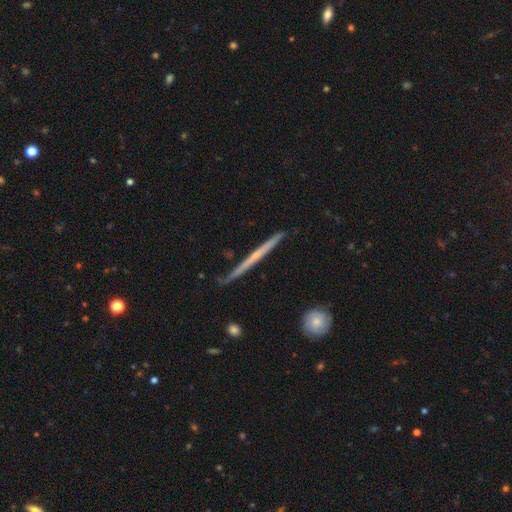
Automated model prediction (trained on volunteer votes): Morphology: type=featured or disk (69%); edge-on=yes (97%); edge-on bulge=none (75%); merging=none (85%).